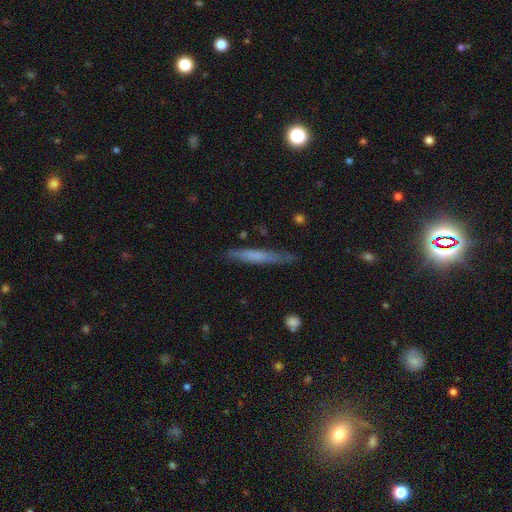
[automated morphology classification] Smooth or featured?
  - smooth: 55% *
  - featured or disk: 39%
  - star or artifact: 7%
How rounded?
  - cigar-shaped: 95% *
  - in between: 4%
  - round: 1%
Merging?
  - none: 82% *
  - minor disturbance: 14%
  - major disturbance: 3%
  - merger: 2%